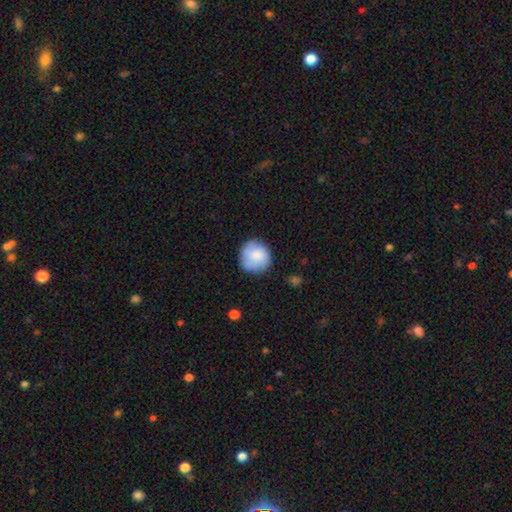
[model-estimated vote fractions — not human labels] Q: Smooth or featured?
A: smooth (76%); runner-up: featured or disk (17%)
Q: How rounded?
A: round (91%); runner-up: in between (8%)
Q: Merging?
A: none (77%); runner-up: minor disturbance (17%)